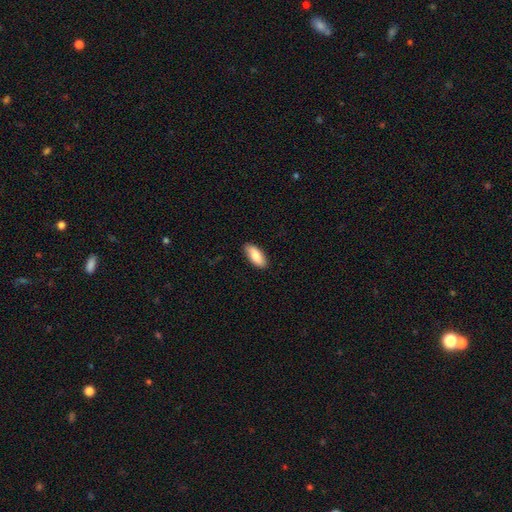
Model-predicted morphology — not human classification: Overall: smooth (82%). How rounded: in between (80%). Merging: none (87%).